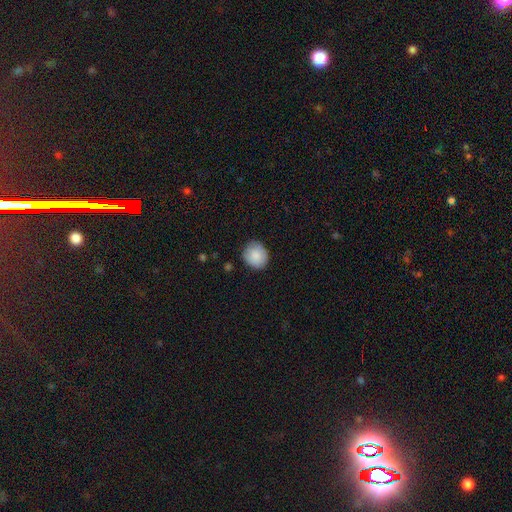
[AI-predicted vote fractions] This is clearly a smooth galaxy (86%). How rounded: likely round (76%). Merging: clearly none (82%).